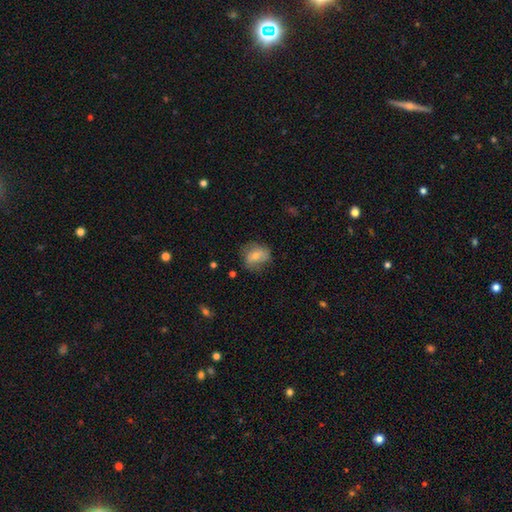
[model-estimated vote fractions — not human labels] smooth 56%, featured or disk 33%, star or artifact 11%. Down the decision tree: how rounded — round (58%); merging — none (66%).